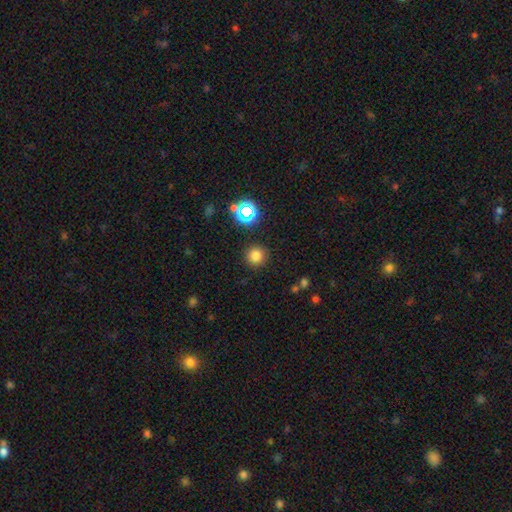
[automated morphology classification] Smooth or featured: smooth — 77% (star or artifact — 18%)
How rounded: round — 95% (in between — 4%)
Merging: none — 89% (minor disturbance — 6%)